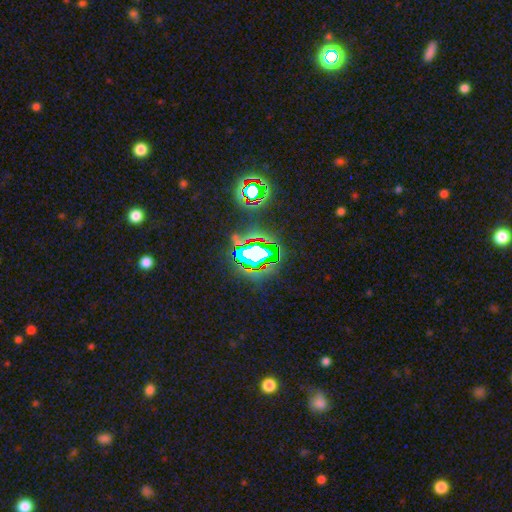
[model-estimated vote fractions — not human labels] Smooth or featured? star or artifact (63%)